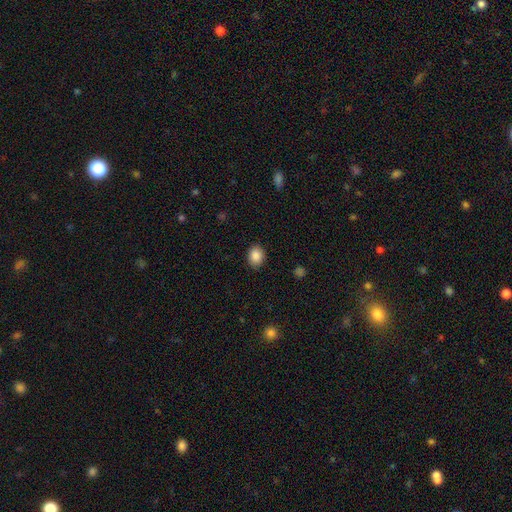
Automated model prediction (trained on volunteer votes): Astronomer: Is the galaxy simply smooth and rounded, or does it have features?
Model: smooth — 88%.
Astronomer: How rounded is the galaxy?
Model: in between — 53% (runner-up: round, 46%).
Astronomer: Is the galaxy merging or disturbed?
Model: none — 87%.